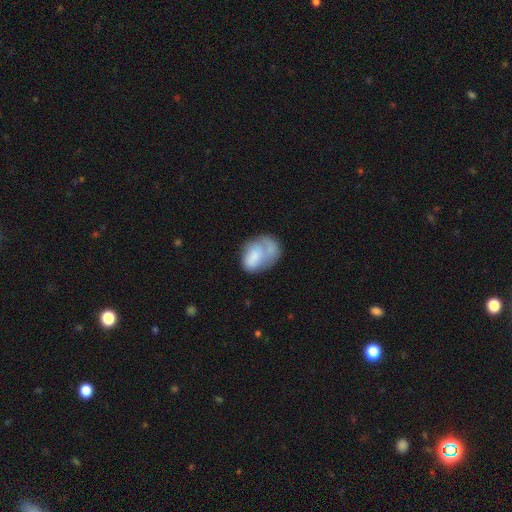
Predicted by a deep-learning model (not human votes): This appears to be a smooth galaxy with no disk features (59%) that is in between round and cigar-shaped (80%). Merging: none (32%).